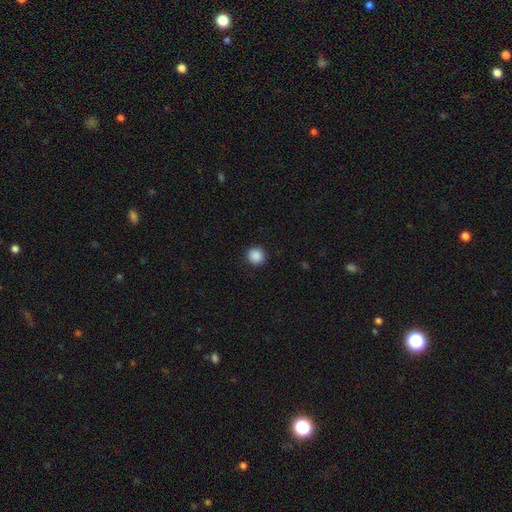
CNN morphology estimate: The model was most divided on "smooth or featured": smooth: 89%, star or artifact: 9%, featured or disk: 2%. More confident: how rounded — round (93%); merging — none (92%).